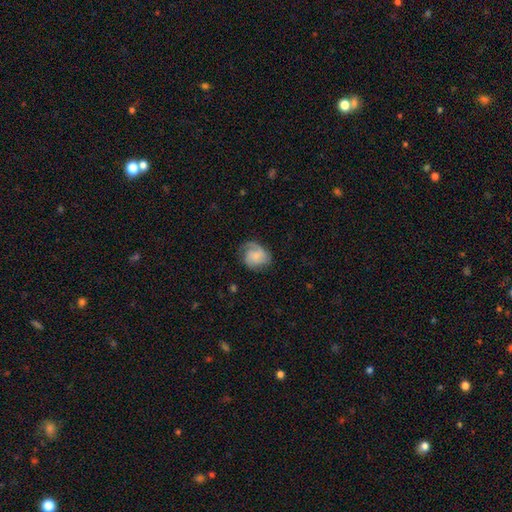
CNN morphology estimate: Overall: featured or disk (59%; smooth 34%). Edge-on disk: no (98%). Bar: no (67%; weak 29%). Spiral arms: yes (91%). Spiral arm count: 2 (38%; 1 25%). Spiral winding: tight (40%, tied with medium). Bulge size: small (51%; moderate 23%). Merging: none (61%; minor disturbance 24%).